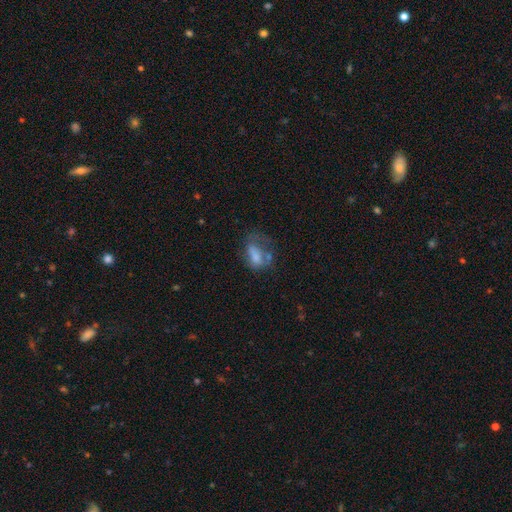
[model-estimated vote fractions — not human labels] Smooth or featured?
  - smooth: 56% *
  - featured or disk: 33%
  - star or artifact: 11%
How rounded?
  - in between: 79% *
  - round: 15%
  - cigar-shaped: 6%
Merging?
  - major disturbance: 40% *
  - none: 27%
  - minor disturbance: 22%
  - merger: 11%